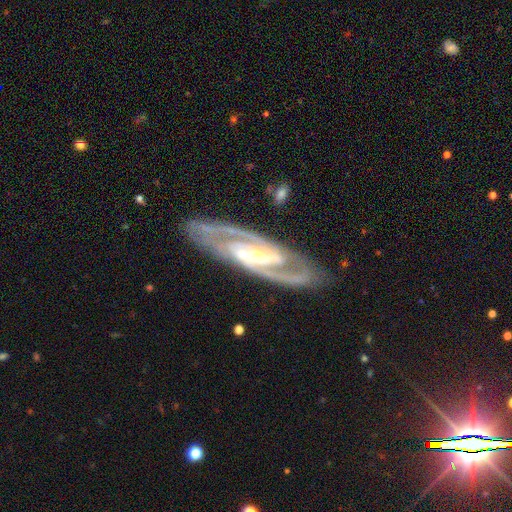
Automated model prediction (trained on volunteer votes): smooth_or_featured: featured or disk (p=0.92) [alt: star or artifact p=0.04]
disk_edge_on: no (p=0.92) [alt: yes p=0.08]
bar: strong (p=0.58) [alt: weak p=0.28]
has_spiral_arms: yes (p=0.98) [alt: no p=0.02]
spiral_winding: medium (p=0.51) [alt: tight p=0.41]
spiral_arm_count: 2 (p=0.89) [alt: 3 p=0.04]
bulge_size: small (p=0.57) [alt: moderate p=0.38]
merging: none (p=0.82) [alt: minor disturbance p=0.12]